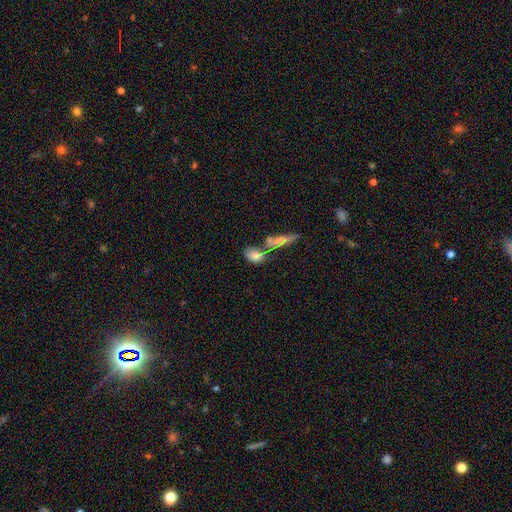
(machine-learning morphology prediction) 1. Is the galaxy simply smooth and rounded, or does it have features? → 76% smooth, 15% featured or disk, 9% star or artifact.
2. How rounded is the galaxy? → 80% in between, 11% round, 9% cigar-shaped.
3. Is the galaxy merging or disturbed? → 44% none, 34% merger, 15% minor disturbance, 6% major disturbance.